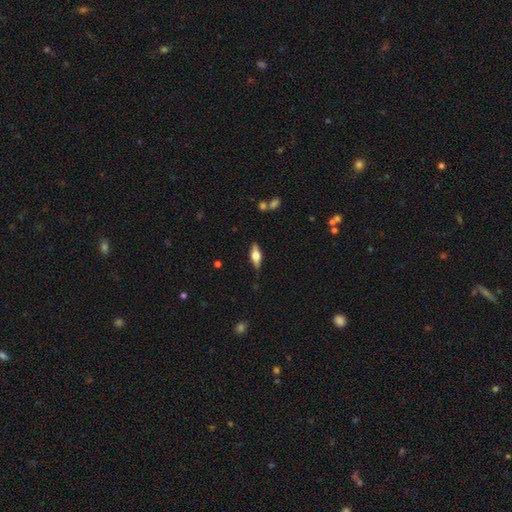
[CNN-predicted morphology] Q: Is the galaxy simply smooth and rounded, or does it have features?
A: featured or disk — 55%.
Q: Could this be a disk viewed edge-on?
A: yes — 93%.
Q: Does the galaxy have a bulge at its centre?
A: rounded — 90%.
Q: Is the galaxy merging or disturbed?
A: none — 85%.